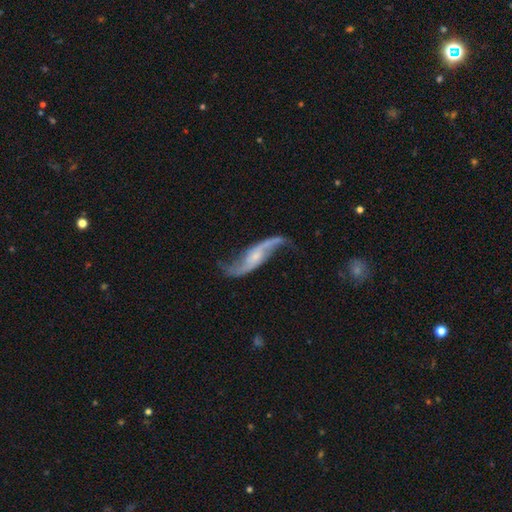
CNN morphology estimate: Smooth or featured? featured or disk (87%)
Edge-on disk? no (89%)
Bar? no (53%)
Spiral arms? yes (95%)
Spiral winding? loose (90%)
Spiral arm count? 2 (93%)
Bulge size? small (60%)
Merging? none (67%)